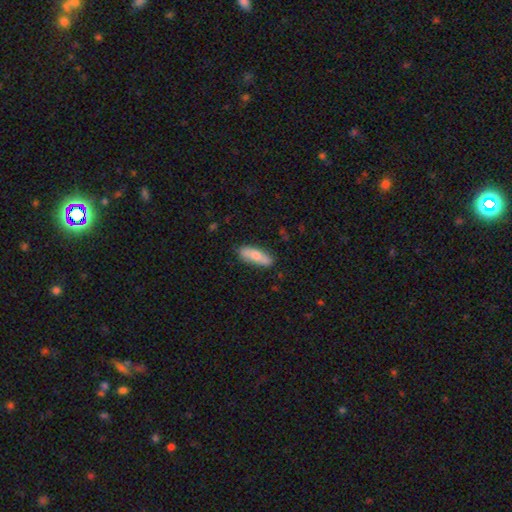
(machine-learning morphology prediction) This is likely a smooth galaxy (72%). How rounded: possibly in between (55%). Merging: likely none (78%).